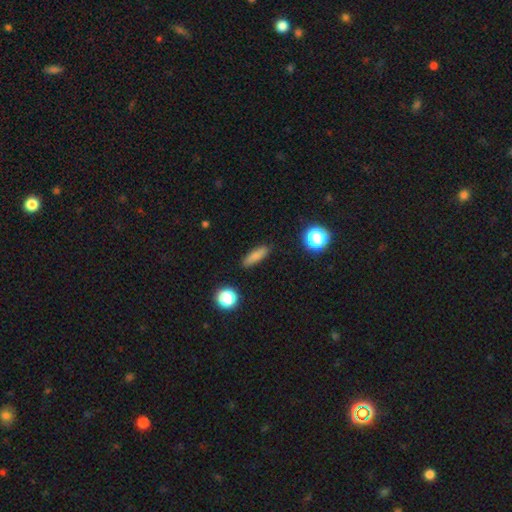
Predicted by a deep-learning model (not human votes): Smooth or featured?
  - smooth: 79% *
  - star or artifact: 11%
  - featured or disk: 10%
How rounded?
  - cigar-shaped: 55% *
  - in between: 40%
  - round: 6%
Merging?
  - none: 87% *
  - minor disturbance: 9%
  - major disturbance: 2%
  - merger: 2%